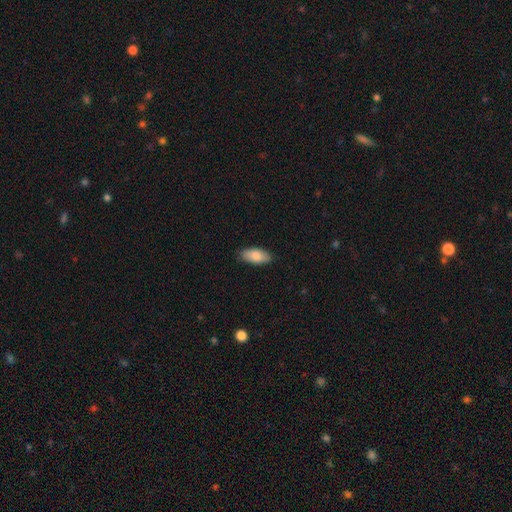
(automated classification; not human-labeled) The model was most divided on "smooth or featured": smooth: 84%, featured or disk: 10%, star or artifact: 6%. More confident: how rounded — in between (89%); merging — none (87%).